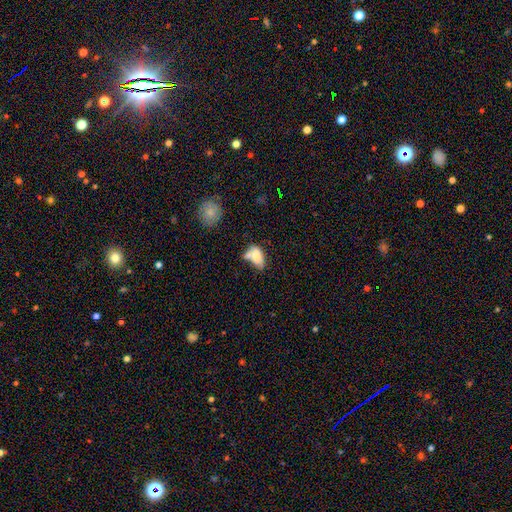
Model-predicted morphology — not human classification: Smooth or featured?
  - smooth: 72% *
  - featured or disk: 19%
  - star or artifact: 9%
How rounded?
  - in between: 87% *
  - round: 8%
  - cigar-shaped: 5%
Merging?
  - merger: 40% *
  - none: 27%
  - minor disturbance: 20%
  - major disturbance: 13%